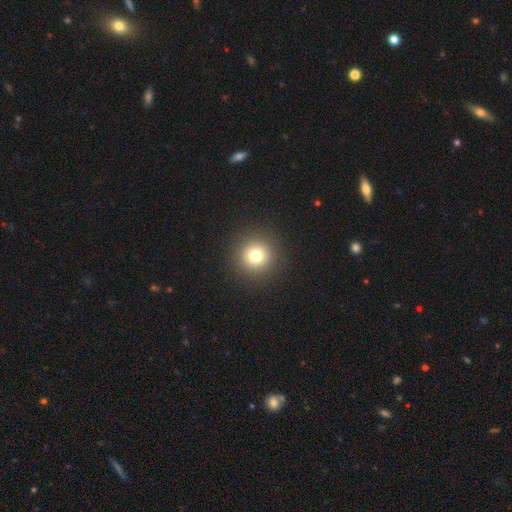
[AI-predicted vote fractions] Smooth or featured? smooth (77%)
How rounded? round (95%)
Merging? none (92%)